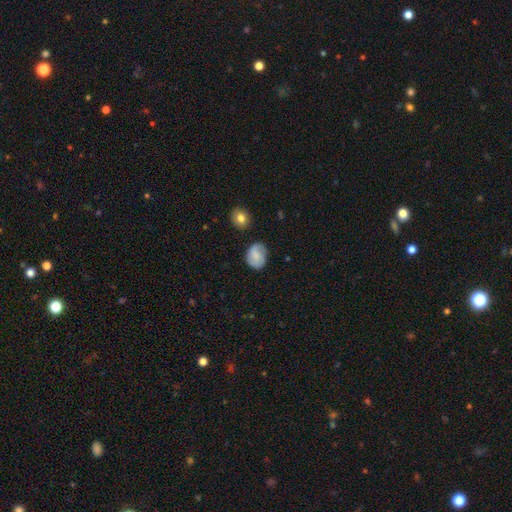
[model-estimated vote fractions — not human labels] A smooth galaxy with no disk features (68%) that is round (52%).

Vote fractions:
- Smooth or featured? smooth: 68% / featured or disk: 25% / star or artifact: 8%
- How rounded? round: 52% / in between: 47% / cigar-shaped: 1%
- Merging? none: 72% / minor disturbance: 21% / major disturbance: 5% / merger: 2%